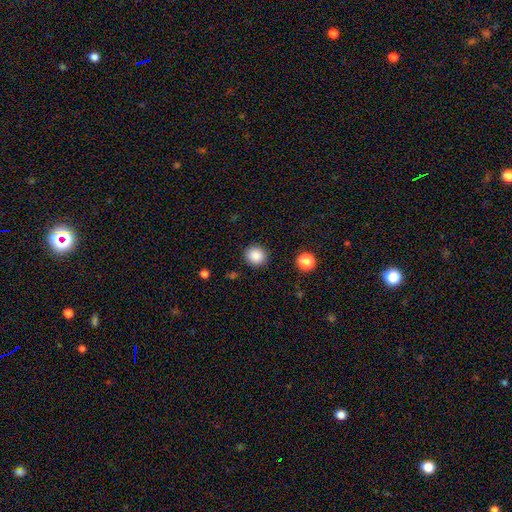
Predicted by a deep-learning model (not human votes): The model was most divided on "smooth or featured": smooth: 87%, star or artifact: 10%, featured or disk: 3%. More confident: how rounded — round (91%); merging — none (90%).